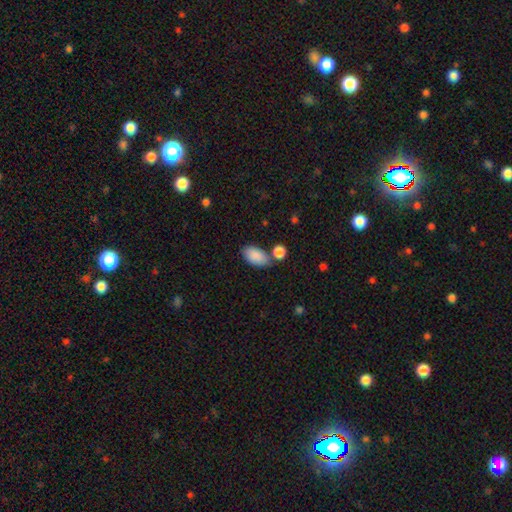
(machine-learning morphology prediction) smooth-or-featured: smooth: 88% | star or artifact: 6% | featured or disk: 5%
  how-rounded: in between: 94% | round: 4% | cigar-shaped: 2%
  merging: none: 63% | merger: 18% | minor disturbance: 15% | major disturbance: 4%